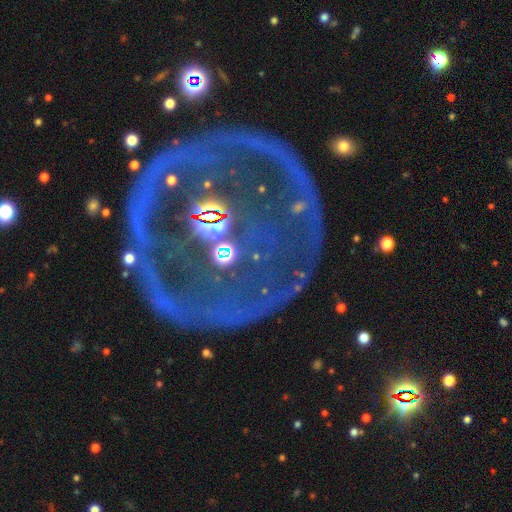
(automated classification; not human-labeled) Overall: star or artifact (60%; featured or disk 27%).